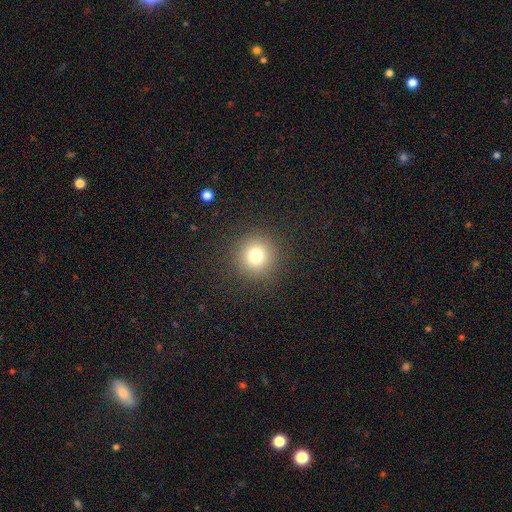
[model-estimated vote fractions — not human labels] A smooth galaxy with no disk features (77%) that is round (95%).

Vote fractions:
- Smooth or featured? smooth: 77% / star or artifact: 14% / featured or disk: 8%
- How rounded? round: 95% / in between: 4% / cigar-shaped: 1%
- Merging? none: 90% / minor disturbance: 6% / major disturbance: 3% / merger: 1%